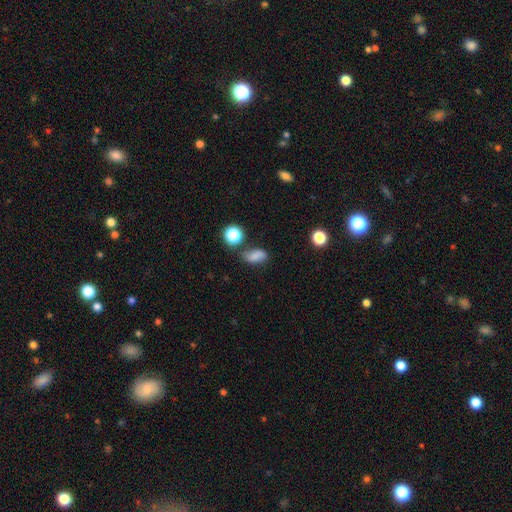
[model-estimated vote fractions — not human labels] Smooth or featured? Predicted: smooth (p=0.72). How rounded? Predicted: in between (p=0.80). Merging? Predicted: none (p=0.62).